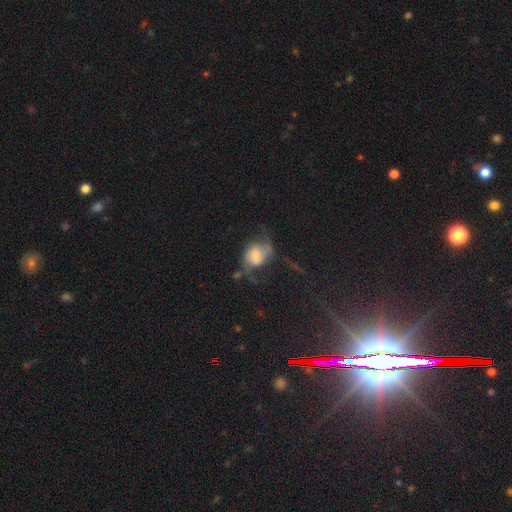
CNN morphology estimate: A featured or disk galaxy (66%) with no bar (52%), 2 (88%) loose (59%) spiral arms (88%) and a small central bulge (37%).

Vote fractions:
- Smooth or featured? featured or disk: 66% / smooth: 26% / star or artifact: 8%
- Edge-on disk? no: 96% / yes: 4%
- Bar? no: 52% / weak: 36% / strong: 12%
- Spiral arms? yes: 88% / no: 12%
- Spiral winding? loose: 59% / medium: 32% / tight: 8%
- Spiral arm count? 2: 88% / can't tell: 5% / 1: 4% / 3: 2% / 4: 1% / more than 4: 1%
- Bulge size? small: 37% / moderate: 34% / large: 16% / none: 7% / dominant: 5%
- Merging? none: 44% / major disturbance: 30% / minor disturbance: 21% / merger: 5%